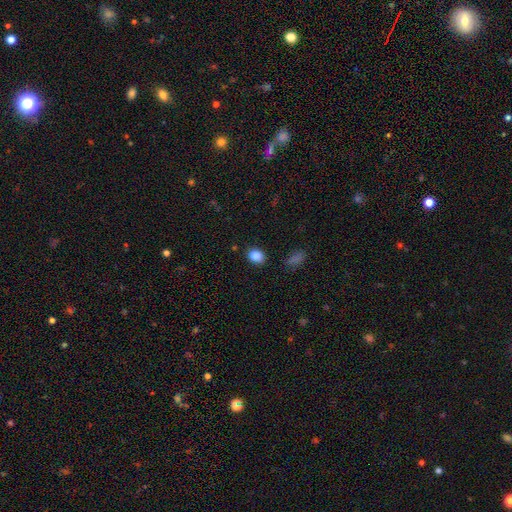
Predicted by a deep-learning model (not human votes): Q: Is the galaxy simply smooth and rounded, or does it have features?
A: smooth — 87%.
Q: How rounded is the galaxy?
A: in between — 61%.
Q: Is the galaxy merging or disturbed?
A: none — 85%.